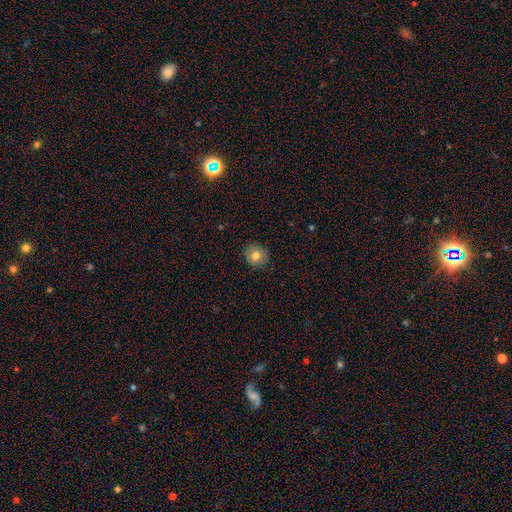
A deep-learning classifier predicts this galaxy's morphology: smooth_or_featured: smooth (p=0.75) [alt: featured or disk p=0.15]
how_rounded: round (p=0.84) [alt: in between p=0.15]
merging: none (p=0.87) [alt: minor disturbance p=0.10]